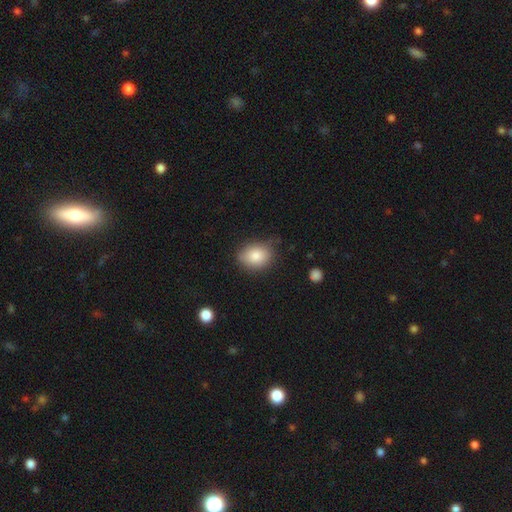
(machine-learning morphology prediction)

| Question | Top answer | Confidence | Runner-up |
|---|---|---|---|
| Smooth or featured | smooth | 84% | star or artifact (8%) |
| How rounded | in between | 53% | round (46%) |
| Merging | none | 70% | minor disturbance (24%) |